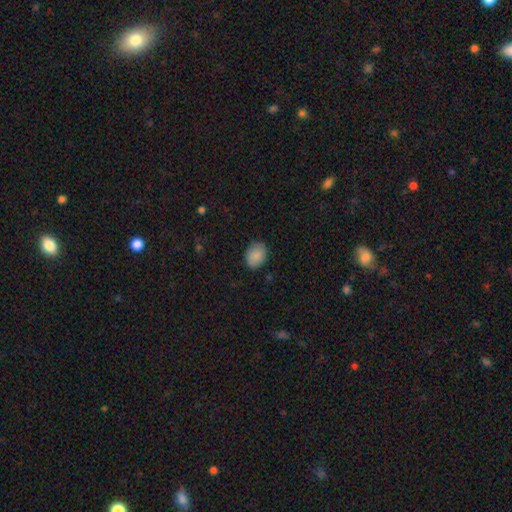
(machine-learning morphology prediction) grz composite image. It shows a smooth galaxy with no disk features (88%) that is in between round and cigar-shaped (64%). Merging: none (82%).